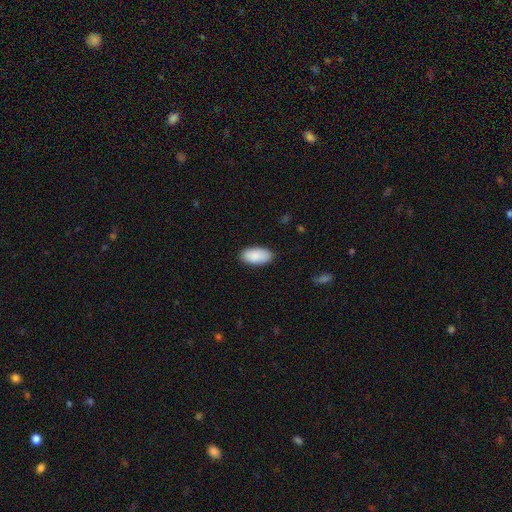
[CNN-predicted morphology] Smooth or featured?
  - smooth: 89% *
  - star or artifact: 6%
  - featured or disk: 5%
How rounded?
  - in between: 95% *
  - cigar-shaped: 3%
  - round: 2%
Merging?
  - none: 86% *
  - minor disturbance: 11%
  - major disturbance: 2%
  - merger: 1%